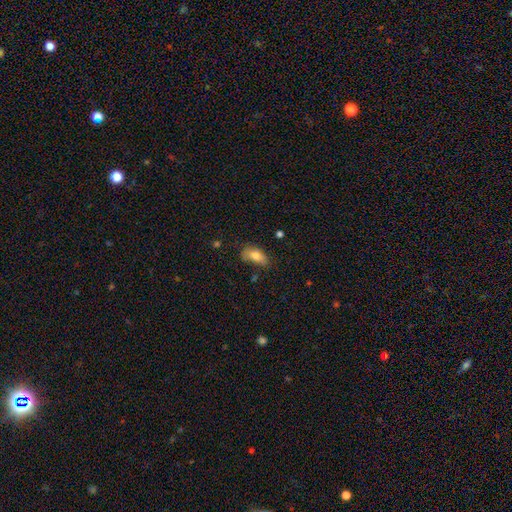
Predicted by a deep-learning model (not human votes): smooth-or-featured: smooth: 77% | featured or disk: 15% | star or artifact: 8%
  how-rounded: in between: 88% | cigar-shaped: 7% | round: 5%
  merging: none: 51% | minor disturbance: 33% | major disturbance: 12% | merger: 4%